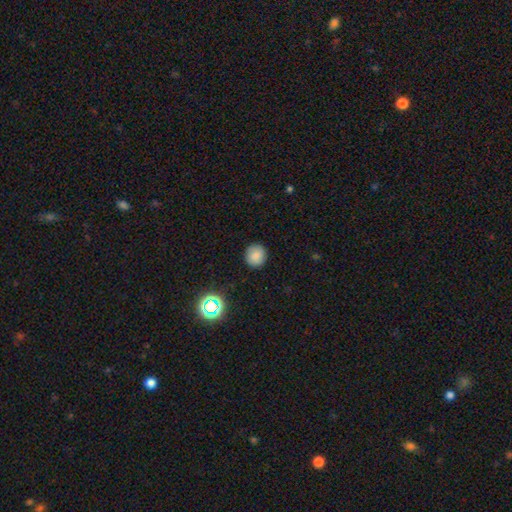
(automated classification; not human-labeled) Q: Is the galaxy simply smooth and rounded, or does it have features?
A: smooth — 81%.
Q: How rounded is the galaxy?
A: round — 90%.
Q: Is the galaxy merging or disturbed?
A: none — 89%.